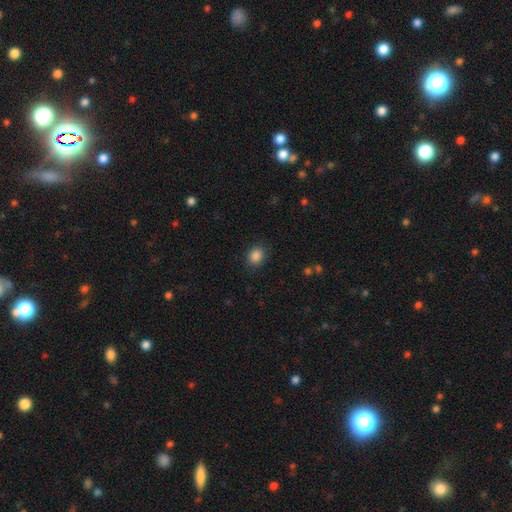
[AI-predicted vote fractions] A smooth galaxy with no disk features (87%) that is round (53%).

Vote fractions:
- Smooth or featured? smooth: 87% / star or artifact: 10% / featured or disk: 3%
- How rounded? round: 53% / in between: 46% / cigar-shaped: 1%
- Merging? none: 88% / minor disturbance: 8% / major disturbance: 3% / merger: 1%